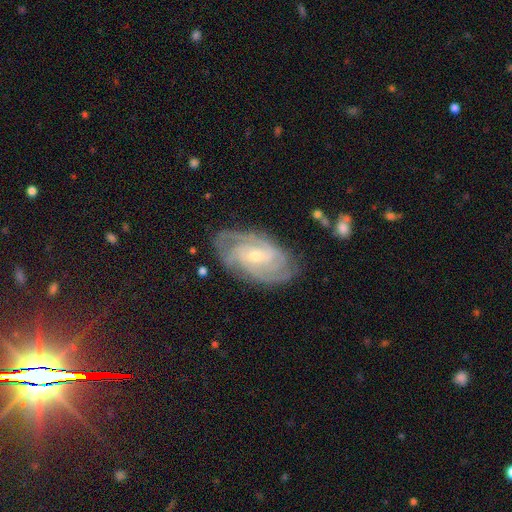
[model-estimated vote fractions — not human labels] Smooth or featured?
  - featured or disk: 87% *
  - smooth: 7%
  - star or artifact: 5%
Edge-on disk?
  - no: 96% *
  - yes: 4%
Bar?
  - no: 52% *
  - weak: 37%
  - strong: 12%
Spiral arms?
  - yes: 97% *
  - no: 3%
Spiral winding?
  - tight: 66% *
  - medium: 29%
  - loose: 5%
Spiral arm count?
  - 3: 26% *
  - 4: 24%
  - can't tell: 21%
  - 2: 17%
  - more than 4: 6%
  - 1: 5%
Bulge size?
  - small: 70% *
  - moderate: 27%
  - none: 1%
  - large: 1%
  - dominant: 1%
Merging?
  - none: 79% *
  - minor disturbance: 15%
  - major disturbance: 4%
  - merger: 1%